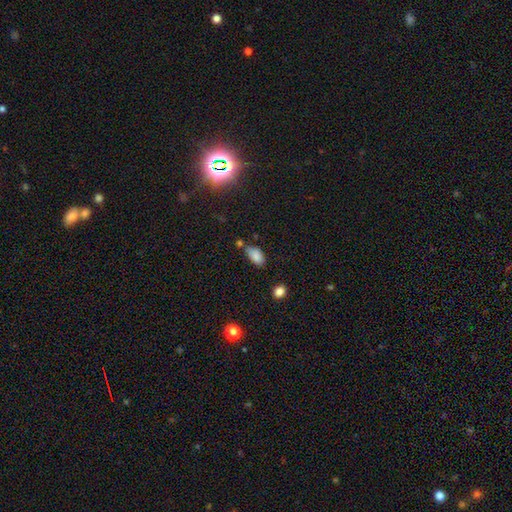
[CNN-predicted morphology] Smooth or featured? smooth (85%)
How rounded? in between (91%)
Merging? none (54%)